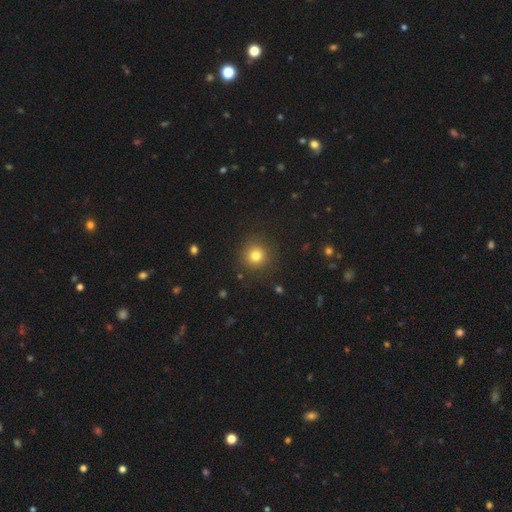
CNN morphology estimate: smooth 80%, star or artifact 14%, featured or disk 7%. Down the decision tree: how rounded — round (94%); merging — none (90%).